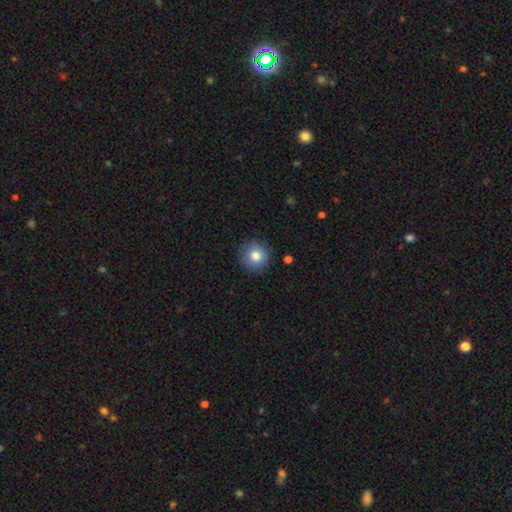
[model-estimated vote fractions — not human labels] Smooth or featured: smooth — 81% (star or artifact — 10%)
How rounded: round — 94% (in between — 5%)
Merging: none — 89% (minor disturbance — 7%)